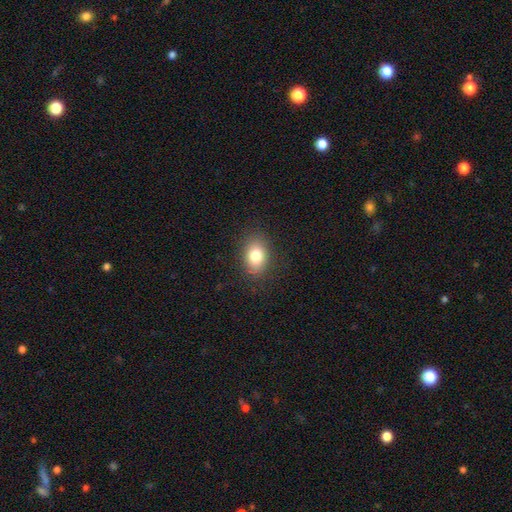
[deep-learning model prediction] Smooth or featured? Predicted: smooth (p=0.80). How rounded? Predicted: in between (p=0.73). Merging? Predicted: none (p=0.85).